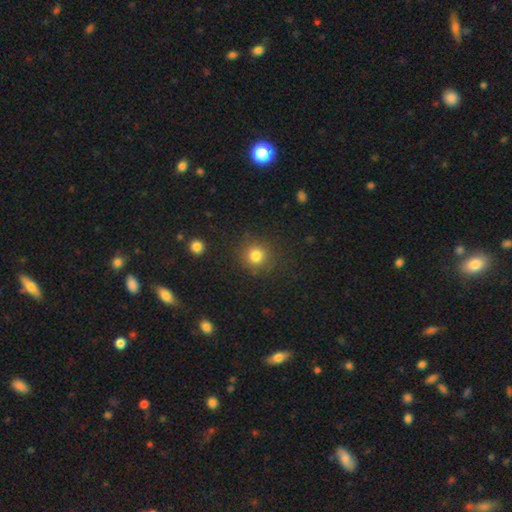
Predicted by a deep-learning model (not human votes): smooth_or_featured: smooth (p=0.82) [alt: star or artifact p=0.13]
how_rounded: round (p=0.91) [alt: in between p=0.08]
merging: none (p=0.87) [alt: minor disturbance p=0.08]